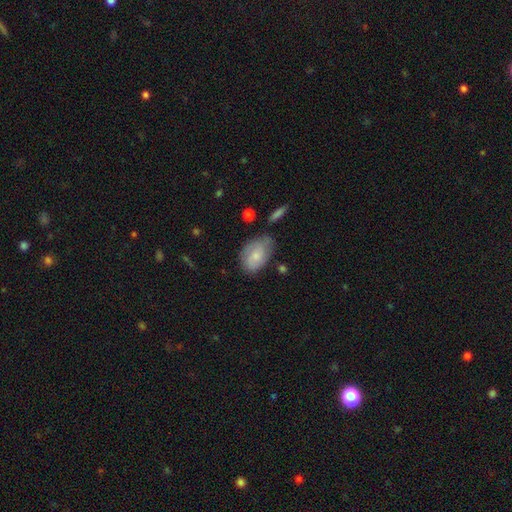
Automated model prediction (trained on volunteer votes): This is likely a smooth galaxy (70%). How rounded: clearly in between (89%). Merging: possibly none (59%).